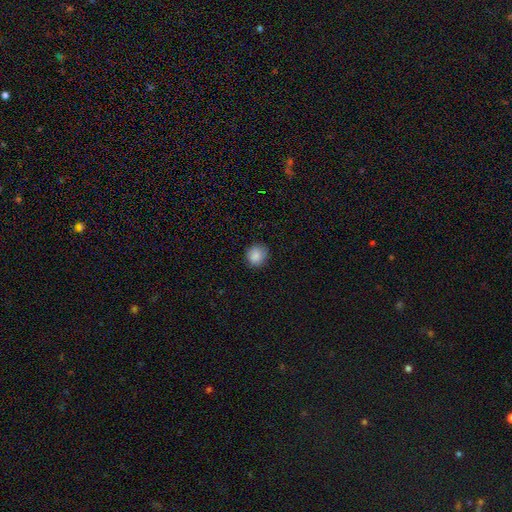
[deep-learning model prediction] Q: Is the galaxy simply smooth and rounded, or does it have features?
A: smooth — 87%.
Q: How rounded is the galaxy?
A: round — 86%.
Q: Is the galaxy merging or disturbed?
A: none — 85%.